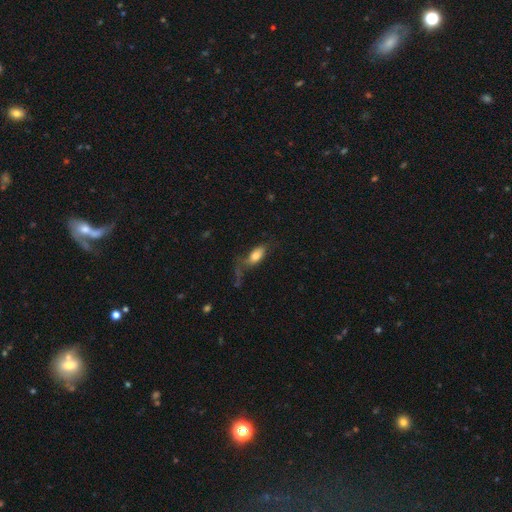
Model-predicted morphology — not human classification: Smooth or featured?
  - smooth: 76% *
  - featured or disk: 16%
  - star or artifact: 8%
How rounded?
  - in between: 84% *
  - cigar-shaped: 12%
  - round: 4%
Merging?
  - none: 40% *
  - major disturbance: 29%
  - minor disturbance: 25%
  - merger: 5%